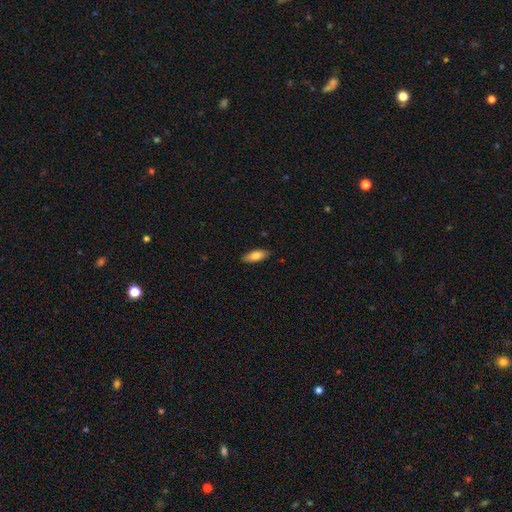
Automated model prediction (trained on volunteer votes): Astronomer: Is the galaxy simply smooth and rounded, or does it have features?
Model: smooth — 80%.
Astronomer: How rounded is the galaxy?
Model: in between — 75%.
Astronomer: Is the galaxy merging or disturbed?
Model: none — 85%.